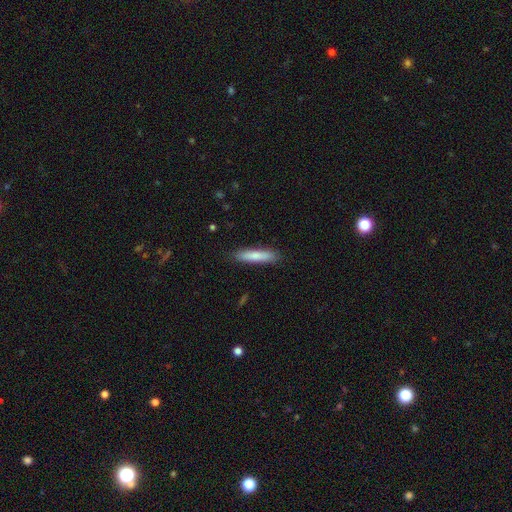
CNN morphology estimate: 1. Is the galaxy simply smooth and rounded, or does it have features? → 80% smooth, 15% featured or disk, 6% star or artifact.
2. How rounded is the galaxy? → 84% cigar-shaped, 15% in between, 1% round.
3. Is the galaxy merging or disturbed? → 88% none, 9% minor disturbance, 2% major disturbance, 1% merger.